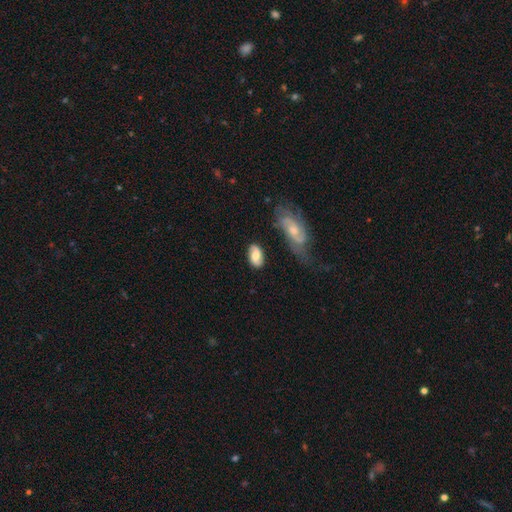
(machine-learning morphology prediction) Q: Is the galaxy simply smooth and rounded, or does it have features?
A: featured or disk — 50%.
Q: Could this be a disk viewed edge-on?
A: no — 93%.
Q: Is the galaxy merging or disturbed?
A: none — 70%.